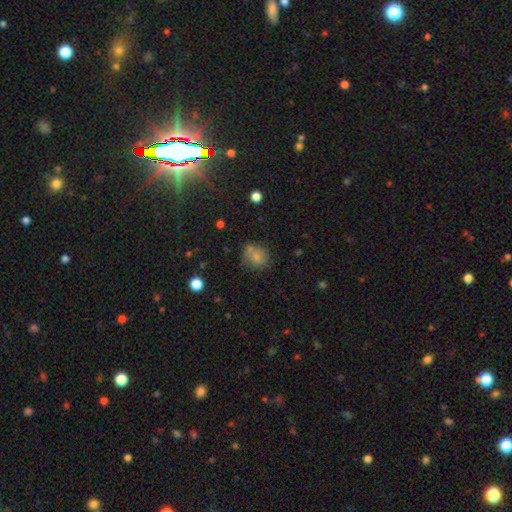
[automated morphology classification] A smooth galaxy with no disk features (72%) that is round (65%).

Vote fractions:
- Smooth or featured? smooth: 72% / featured or disk: 15% / star or artifact: 12%
- How rounded? round: 65% / in between: 34% / cigar-shaped: 1%
- Merging? none: 57% / minor disturbance: 23% / merger: 11% / major disturbance: 9%